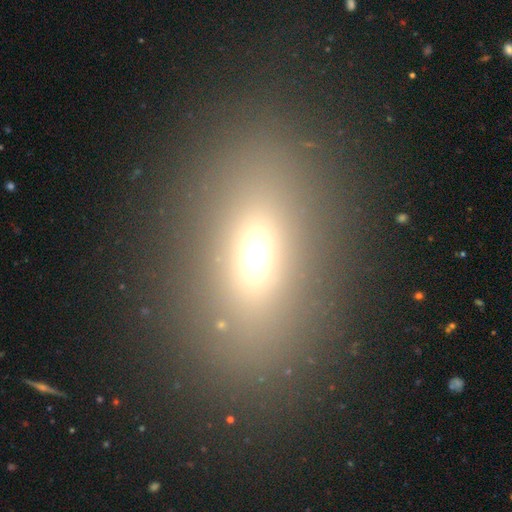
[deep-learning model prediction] A smooth galaxy with no disk features (62%) that is in between round and cigar-shaped (75%). Merging: none (82%).